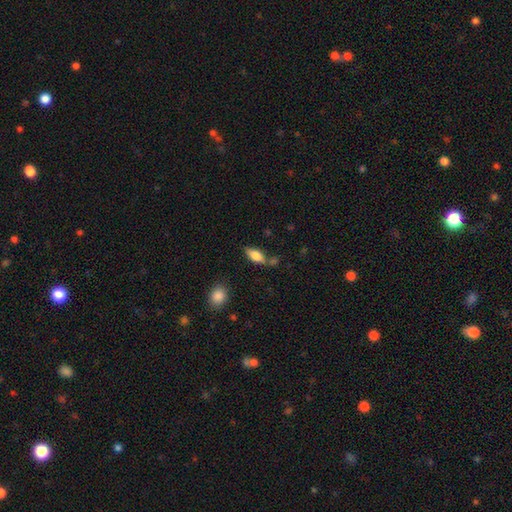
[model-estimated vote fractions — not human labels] This appears to be a smooth galaxy with no disk features (76%) that is in between round and cigar-shaped (82%). Merging: none (59%).